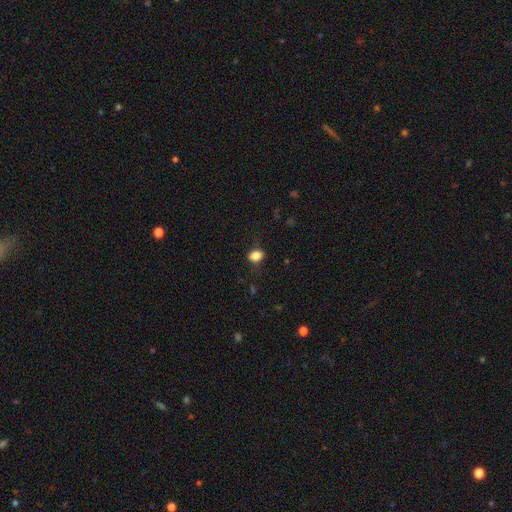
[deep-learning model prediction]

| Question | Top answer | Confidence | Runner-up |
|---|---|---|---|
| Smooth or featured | smooth | 84% | star or artifact (10%) |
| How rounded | in between | 64% | round (35%) |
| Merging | none | 77% | minor disturbance (17%) |